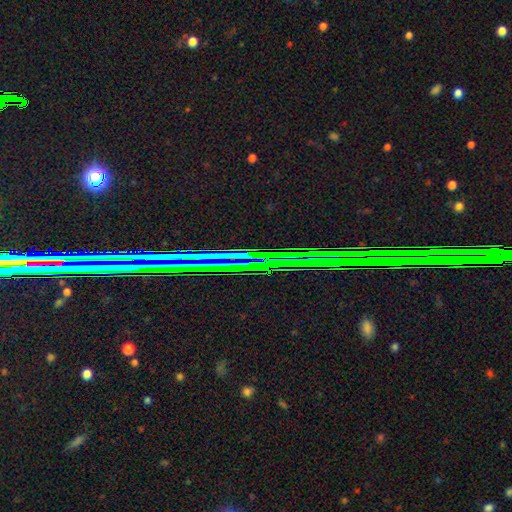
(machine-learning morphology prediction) This appears to be a star or artifact, not a galaxy (83%).